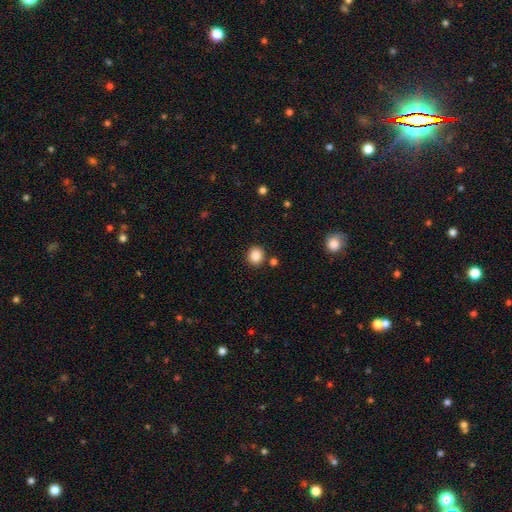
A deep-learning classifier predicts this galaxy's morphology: Overall: smooth (87%). How rounded: round (81%). Merging: none (86%).